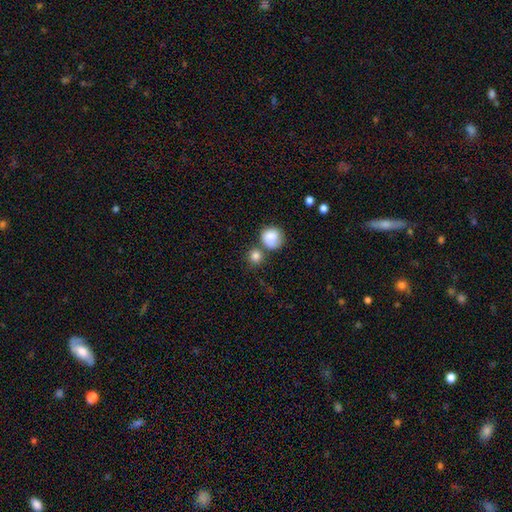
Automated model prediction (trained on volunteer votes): smooth 83%, featured or disk 8%, star or artifact 8%. Down the decision tree: how rounded — round (89%); merging — none (60%).